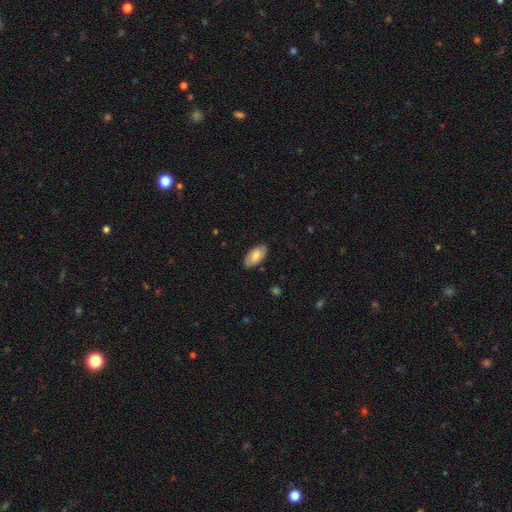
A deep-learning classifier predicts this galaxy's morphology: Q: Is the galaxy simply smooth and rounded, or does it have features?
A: smooth — 65%.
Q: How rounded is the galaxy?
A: in between — 94%.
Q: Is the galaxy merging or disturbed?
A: none — 83%.